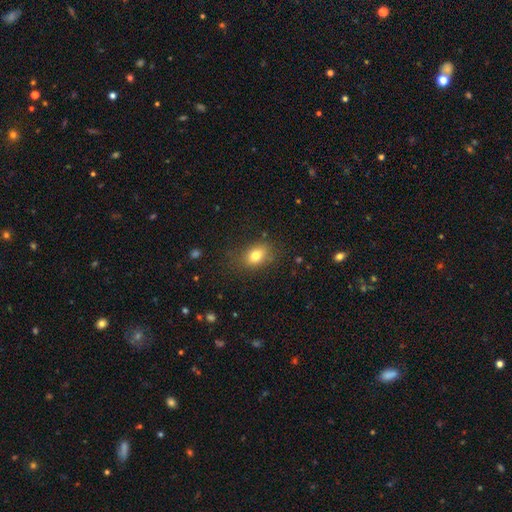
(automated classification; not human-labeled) Q: Smooth or featured?
A: smooth (79%); runner-up: star or artifact (11%)
Q: How rounded?
A: in between (73%); runner-up: round (26%)
Q: Merging?
A: none (77%); runner-up: minor disturbance (16%)